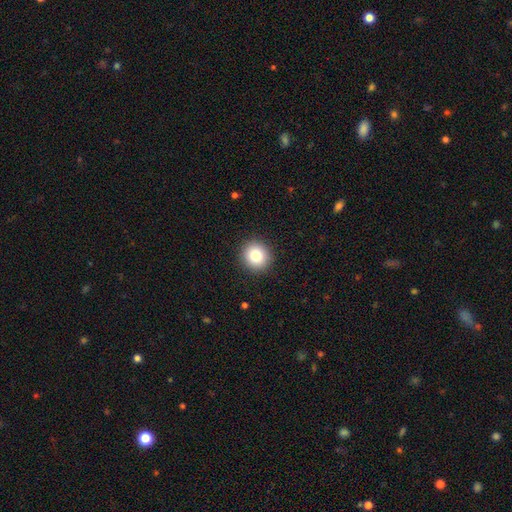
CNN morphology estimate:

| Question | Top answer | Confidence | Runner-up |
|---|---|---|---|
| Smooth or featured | smooth | 83% | star or artifact (10%) |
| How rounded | round | 89% | in between (10%) |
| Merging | none | 91% | minor disturbance (6%) |